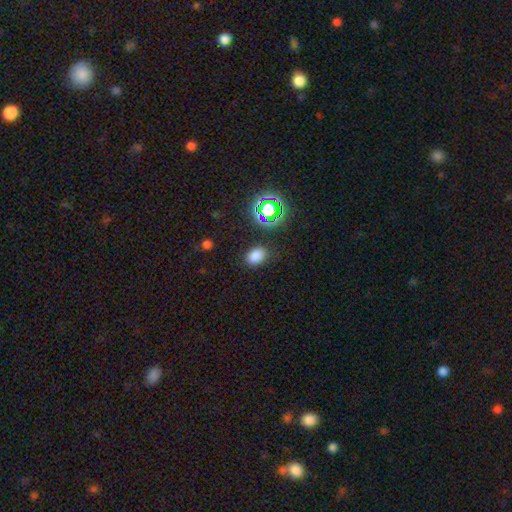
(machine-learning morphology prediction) Smooth or featured?
  - smooth: 75% *
  - star or artifact: 19%
  - featured or disk: 6%
How rounded?
  - in between: 72% *
  - round: 26%
  - cigar-shaped: 1%
Merging?
  - none: 84% *
  - minor disturbance: 11%
  - major disturbance: 3%
  - merger: 2%